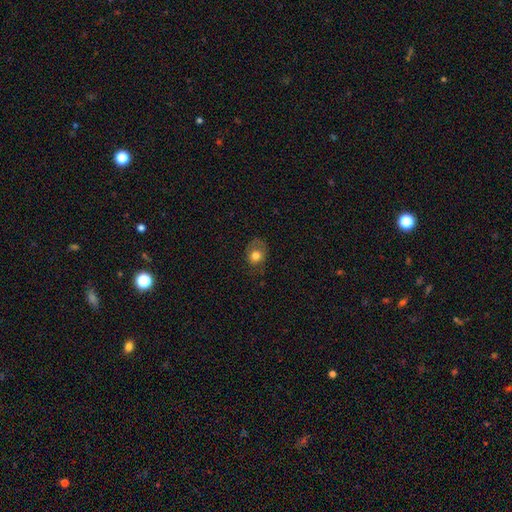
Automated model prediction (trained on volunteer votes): A smooth galaxy with no disk features (72%) that is round (59%). Merging: none (55%).